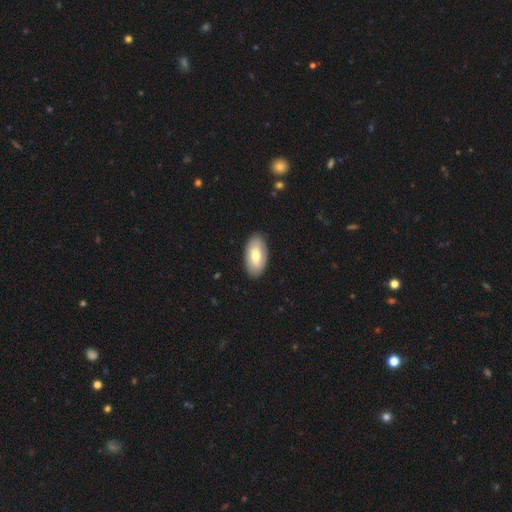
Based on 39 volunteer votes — Q: Smooth or featured?
A: smooth (67%); runner-up: featured or disk (26%)
Q: How rounded?
A: in between (92%); runner-up: cigar-shaped (8%)
Q: Merging?
A: none (81%); runner-up: minor disturbance (14%)